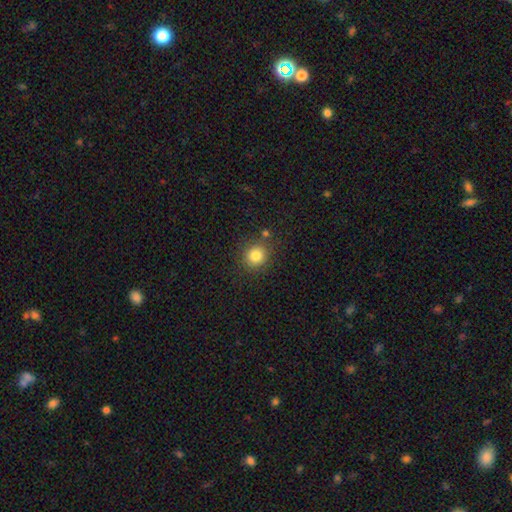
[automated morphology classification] This is clearly a smooth galaxy (82%). How rounded: clearly round (87%). Merging: clearly none (82%).